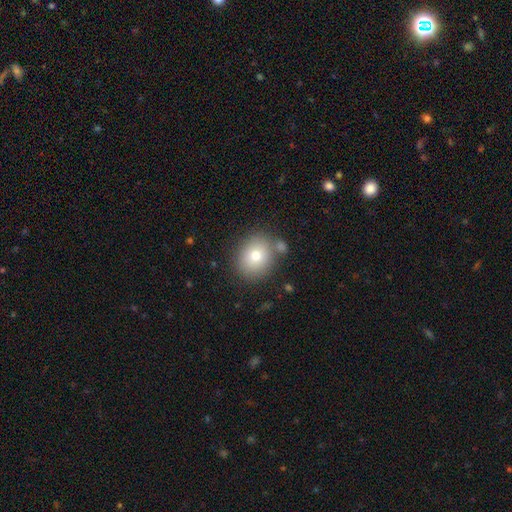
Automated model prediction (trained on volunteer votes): smooth 75%, featured or disk 14%, star or artifact 11%. Down the decision tree: how rounded — round (67%); merging — none (75%).